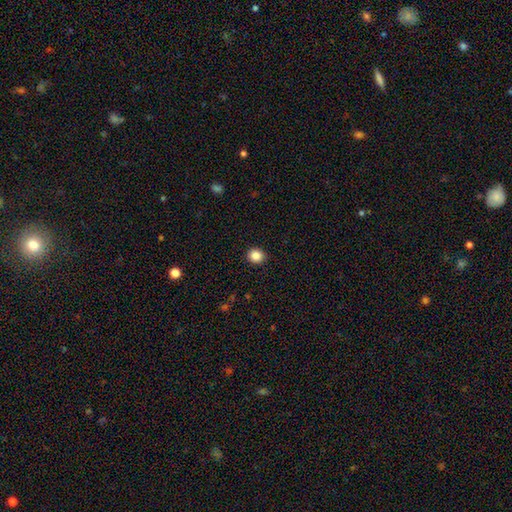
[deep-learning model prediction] This is clearly a smooth galaxy (87%). How rounded: likely round (80%). Merging: clearly none (92%).